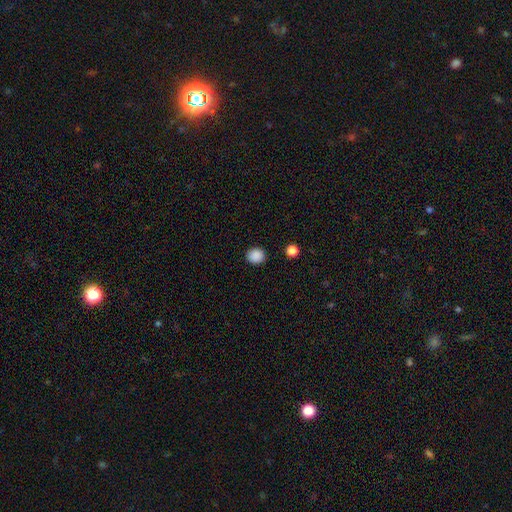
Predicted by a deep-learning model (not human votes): Smooth or featured?
  - smooth: 88% *
  - star or artifact: 9%
  - featured or disk: 3%
How rounded?
  - round: 80% *
  - in between: 19%
  - cigar-shaped: 1%
Merging?
  - none: 90% *
  - minor disturbance: 7%
  - major disturbance: 2%
  - merger: 2%